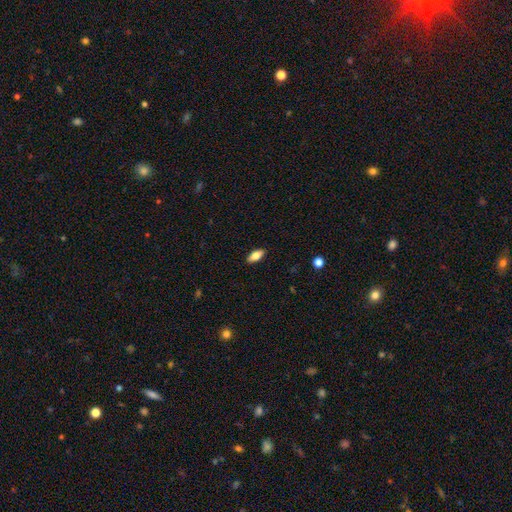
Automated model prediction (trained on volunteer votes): Smooth or featured? Predicted: smooth (p=0.72). How rounded? Predicted: in between (p=0.82). Merging? Predicted: none (p=0.89).